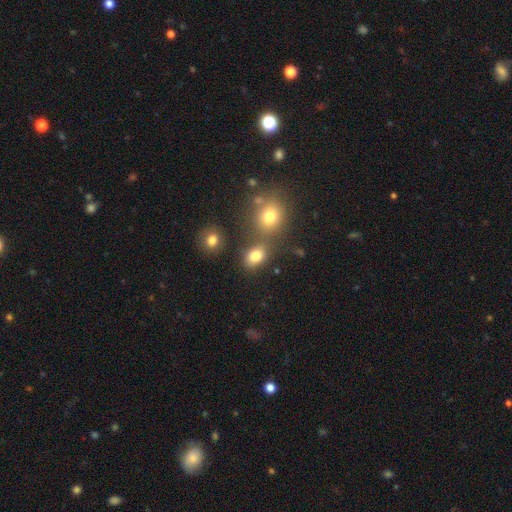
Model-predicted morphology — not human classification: Smooth or featured?
  - smooth: 79% *
  - star or artifact: 14%
  - featured or disk: 7%
How rounded?
  - in between: 60% *
  - round: 38%
  - cigar-shaped: 2%
Merging?
  - none: 63% *
  - merger: 21%
  - minor disturbance: 11%
  - major disturbance: 5%